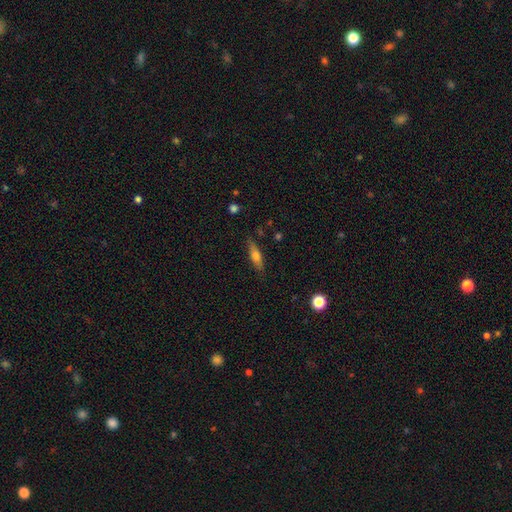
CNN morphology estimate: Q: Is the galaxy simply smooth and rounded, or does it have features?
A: smooth — 56%.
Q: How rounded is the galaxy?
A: cigar-shaped — 63%.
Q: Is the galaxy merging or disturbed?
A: none — 83%.